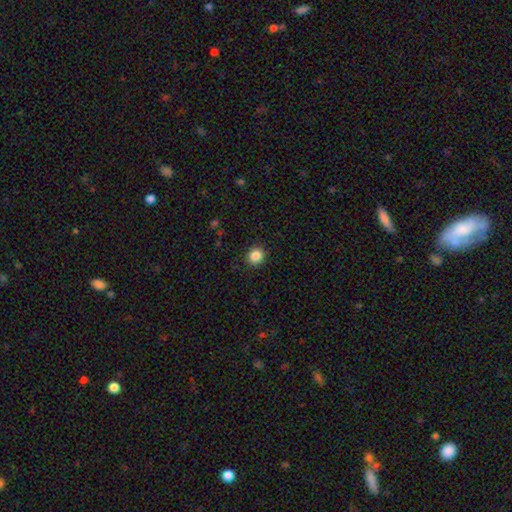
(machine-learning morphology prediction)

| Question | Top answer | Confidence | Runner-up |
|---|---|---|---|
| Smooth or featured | smooth | 85% | star or artifact (10%) |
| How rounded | round | 81% | in between (18%) |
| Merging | none | 91% | minor disturbance (6%) |